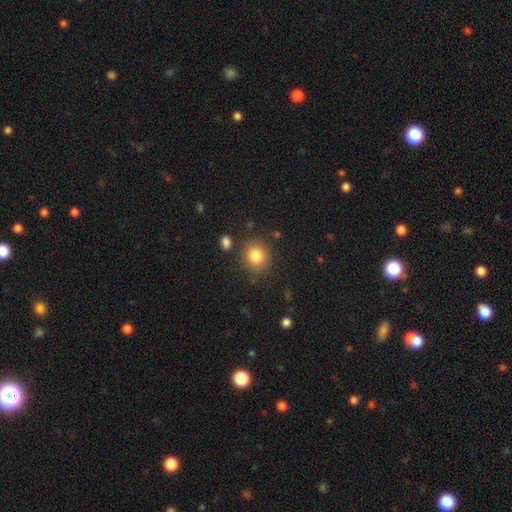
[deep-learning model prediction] Q: Smooth or featured?
A: smooth (83%); runner-up: star or artifact (11%)
Q: How rounded?
A: round (83%); runner-up: in between (16%)
Q: Merging?
A: none (84%); runner-up: minor disturbance (9%)